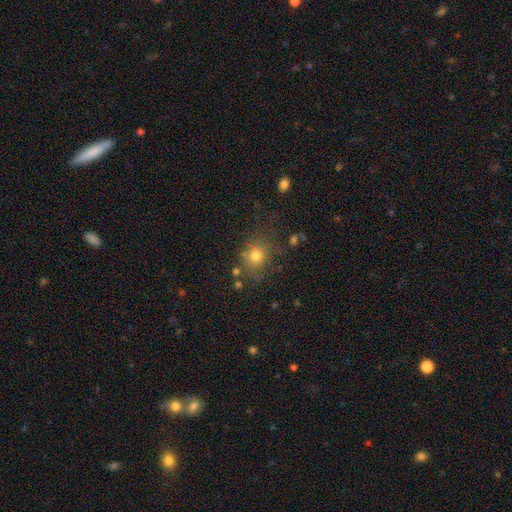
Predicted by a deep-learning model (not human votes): Morphology: type=smooth (75%); roundness=round (71%); merging=none (69%).